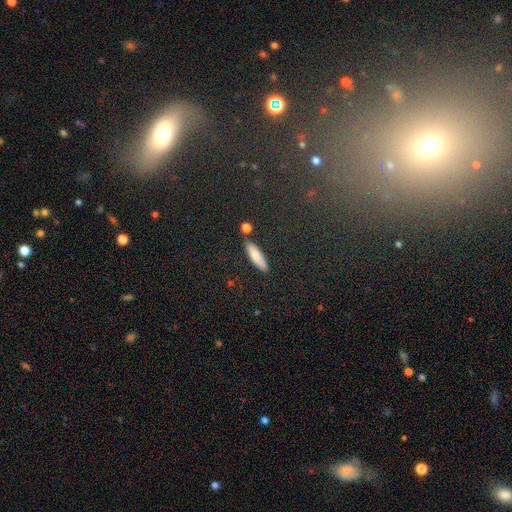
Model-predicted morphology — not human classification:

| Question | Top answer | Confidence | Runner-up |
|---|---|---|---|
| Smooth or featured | smooth | 80% | featured or disk (11%) |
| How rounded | cigar-shaped | 65% | in between (31%) |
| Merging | none | 85% | minor disturbance (9%) |